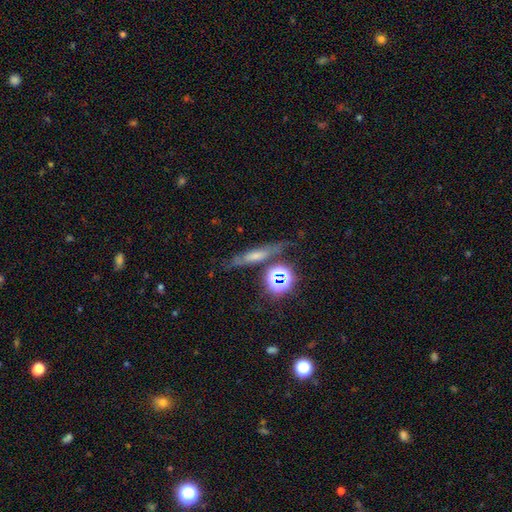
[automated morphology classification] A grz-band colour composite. It shows a smooth galaxy with no disk features (48%). Merging: none (64%).